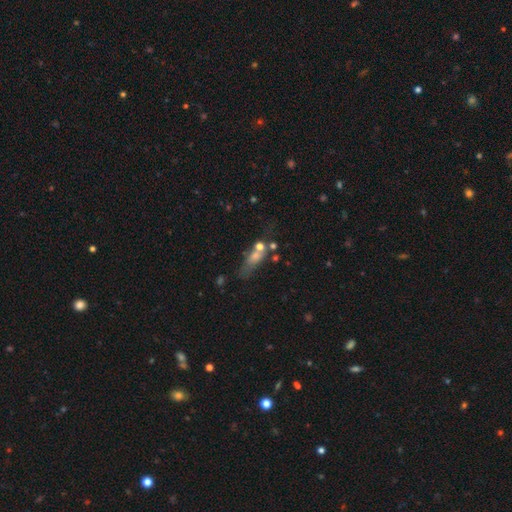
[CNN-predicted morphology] type=smooth (53%); roundness=in between (47%); merging=none (45%).